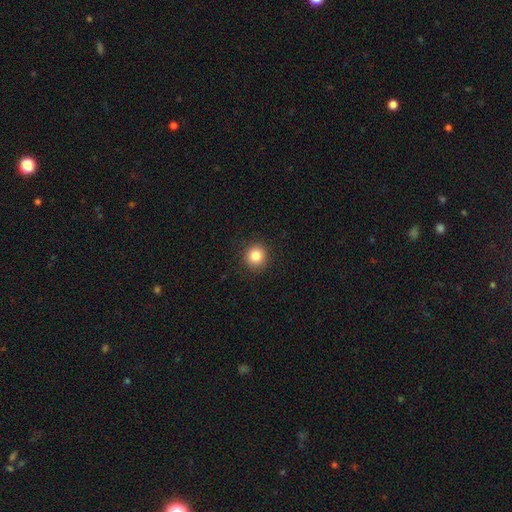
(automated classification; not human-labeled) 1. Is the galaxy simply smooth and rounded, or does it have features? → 84% smooth, 10% star or artifact, 5% featured or disk.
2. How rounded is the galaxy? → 90% round, 9% in between, 1% cigar-shaped.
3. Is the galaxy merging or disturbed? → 91% none, 6% minor disturbance, 2% major disturbance, 1% merger.